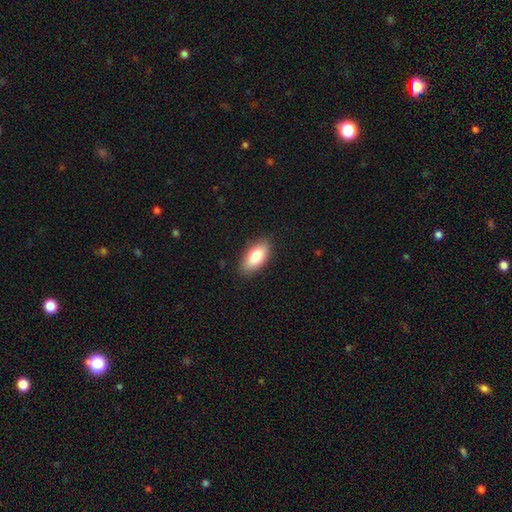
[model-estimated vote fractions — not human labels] smooth-or-featured: smooth: 81% | featured or disk: 13% | star or artifact: 7%
  how-rounded: in between: 91% | cigar-shaped: 6% | round: 3%
  merging: none: 87% | minor disturbance: 10% | major disturbance: 2% | merger: 1%